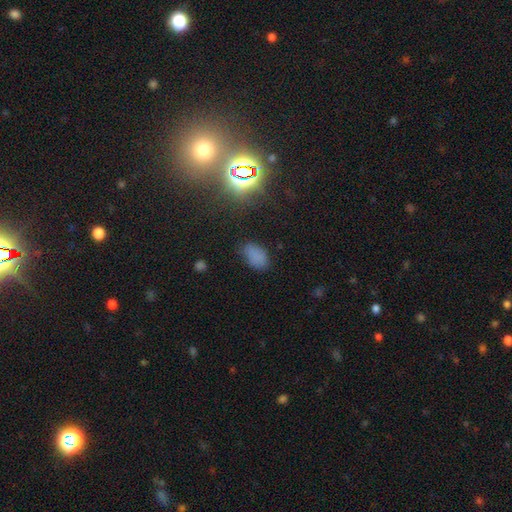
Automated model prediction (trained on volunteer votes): Overall: smooth (73%). How rounded: in between (91%). Merging: none (72%).